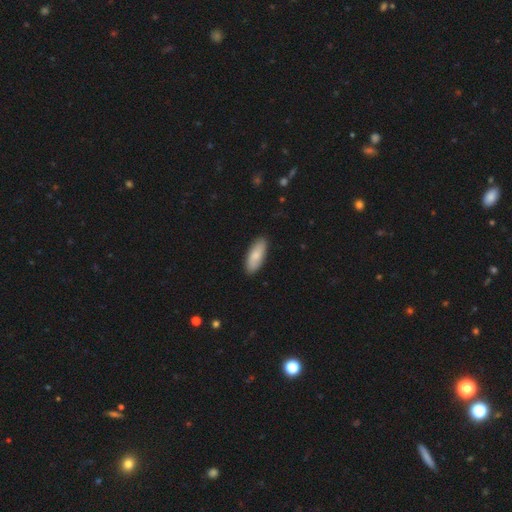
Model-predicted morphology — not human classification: A smooth galaxy with no disk features (83%) that is in between round and cigar-shaped (74%). Merging: none (88%).